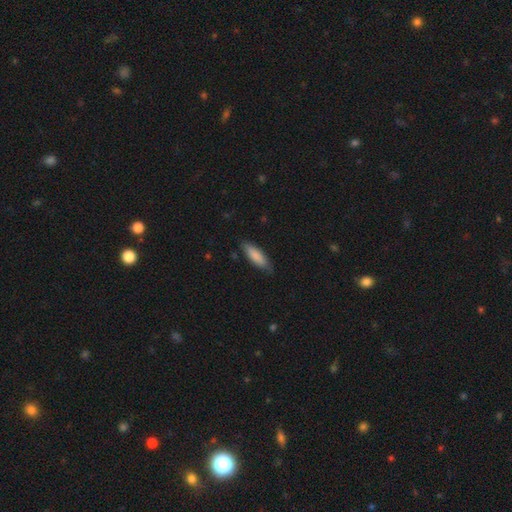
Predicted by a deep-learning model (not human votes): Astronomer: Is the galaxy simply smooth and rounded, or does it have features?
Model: smooth — 85%.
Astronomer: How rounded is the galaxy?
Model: in between — 55% (runner-up: cigar-shaped, 44%).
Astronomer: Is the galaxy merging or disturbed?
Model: none — 79%.